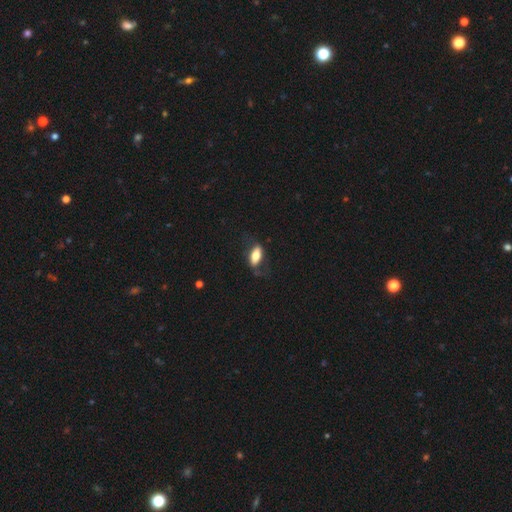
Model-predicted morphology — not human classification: smooth_or_featured: smooth (p=0.65) [alt: featured or disk p=0.28]
how_rounded: in between (p=0.77) [alt: cigar-shaped p=0.19]
merging: none (p=0.64) [alt: minor disturbance p=0.21]